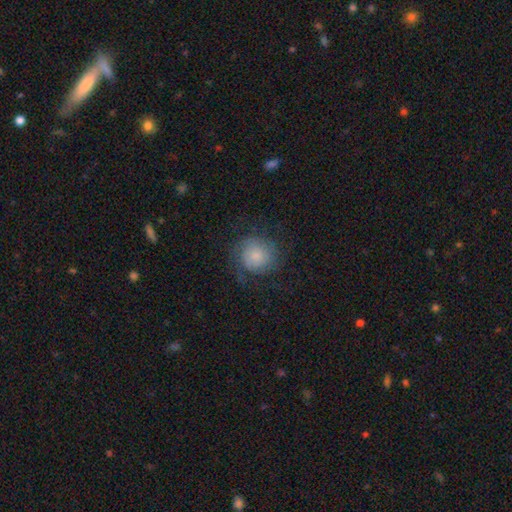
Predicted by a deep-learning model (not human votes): This is possibly a smooth galaxy (56%). How rounded: clearly round (90%). Merging: likely none (68%).